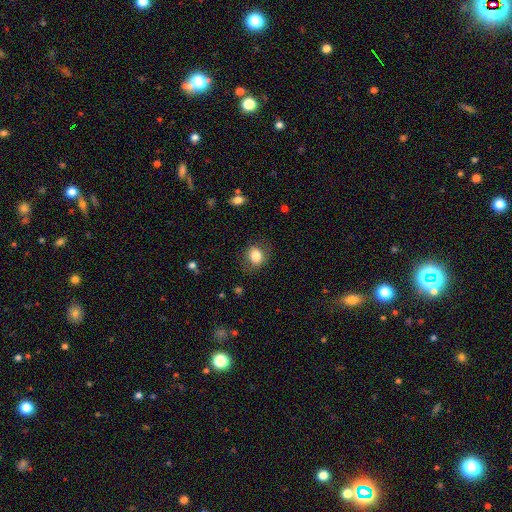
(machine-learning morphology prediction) smooth_or_featured: smooth (p=0.80) [alt: featured or disk p=0.11]
how_rounded: round (p=0.61) [alt: in between p=0.38]
merging: none (p=0.77) [alt: minor disturbance p=0.16]